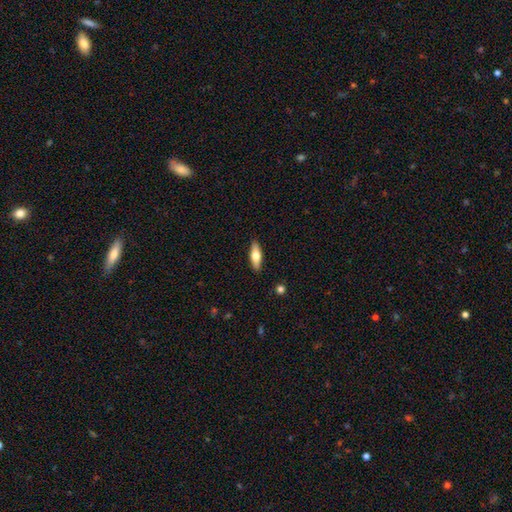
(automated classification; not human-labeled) Q: Smooth or featured?
A: smooth (59%); runner-up: featured or disk (36%)
Q: How rounded?
A: in between (55%); runner-up: cigar-shaped (42%)
Q: Merging?
A: none (89%); runner-up: minor disturbance (8%)